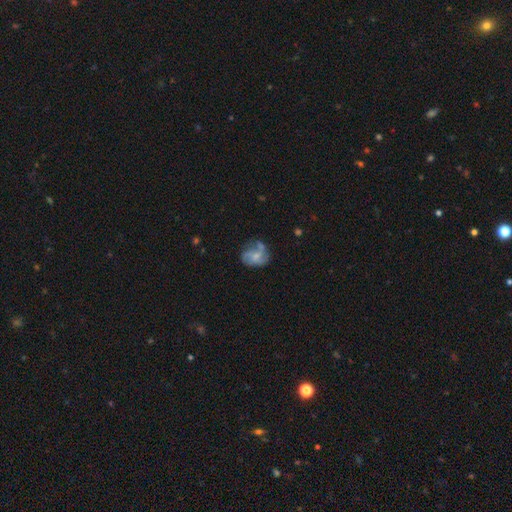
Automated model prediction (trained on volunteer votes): The model was most divided on "bulge size": small: 48%, moderate: 30%, none: 18%, large: 3%, dominant: 1%. Remaining: edge-on disk — no (98%); spiral arms — yes (75%); bar — no (70%); smooth or featured — featured or disk (61%); merging — none (49%).